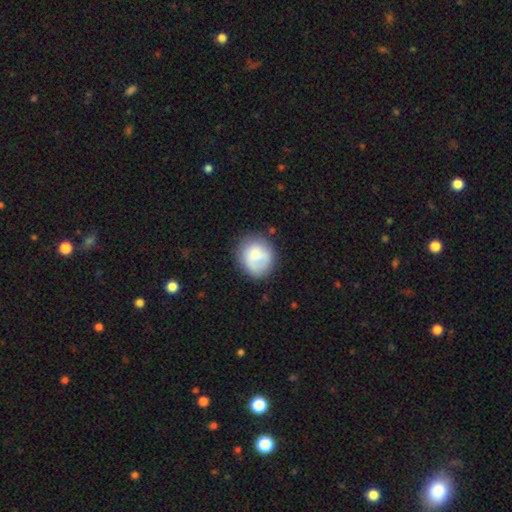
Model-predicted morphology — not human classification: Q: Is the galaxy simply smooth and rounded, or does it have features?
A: smooth — 69%.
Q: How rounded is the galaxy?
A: round — 77%.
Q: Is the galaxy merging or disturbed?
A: none — 64%.